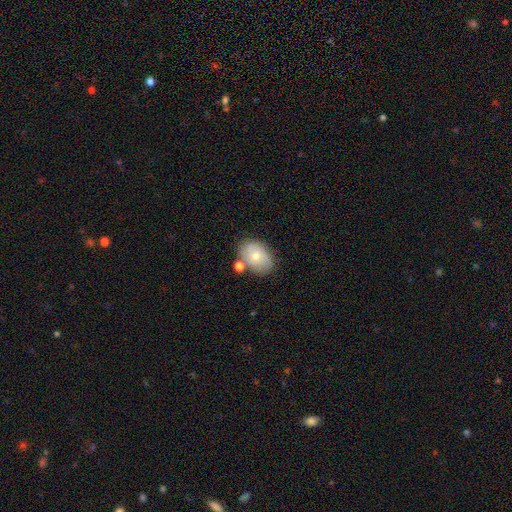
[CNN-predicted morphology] Overall: smooth (64%; featured or disk 28%). How rounded: in between (75%). Merging: none (65%).